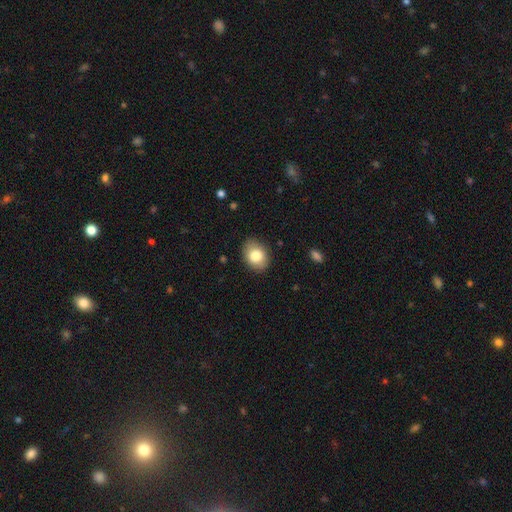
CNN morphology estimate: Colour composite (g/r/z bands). It shows a smooth galaxy with no disk features (81%) that is in between round and cigar-shaped (69%). Merging: none (86%).